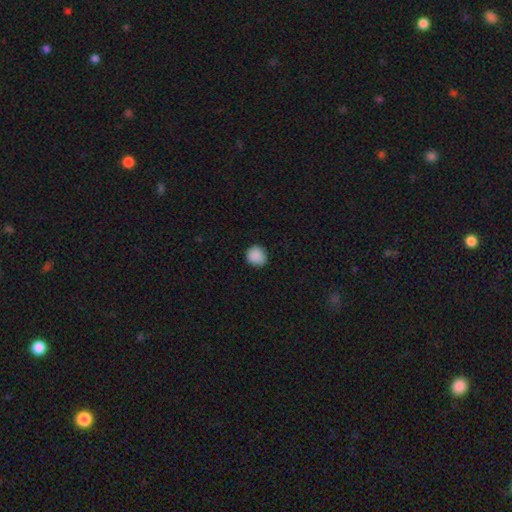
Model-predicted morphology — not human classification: type=smooth (89%); roundness=round (88%); merging=none (87%).